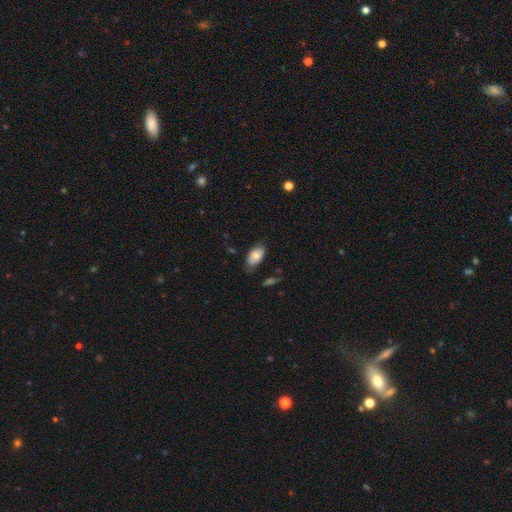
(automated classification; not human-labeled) Smooth or featured? smooth (73%)
How rounded? in between (94%)
Merging? none (73%)